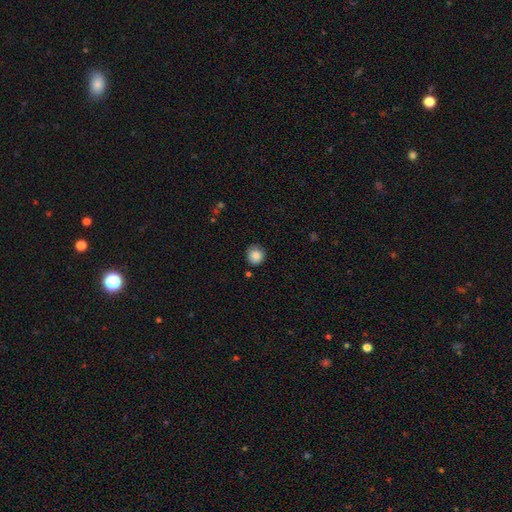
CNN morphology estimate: type=smooth (86%); roundness=round (89%); merging=none (81%).